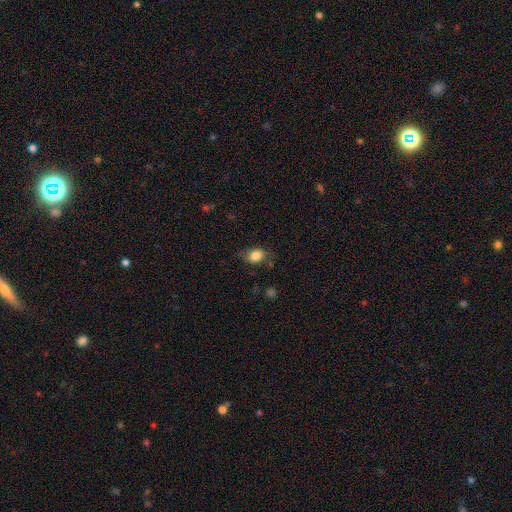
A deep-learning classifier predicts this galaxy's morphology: Q: Smooth or featured?
A: smooth (81%); runner-up: featured or disk (11%)
Q: How rounded?
A: in between (68%); runner-up: round (30%)
Q: Merging?
A: none (68%); runner-up: minor disturbance (23%)